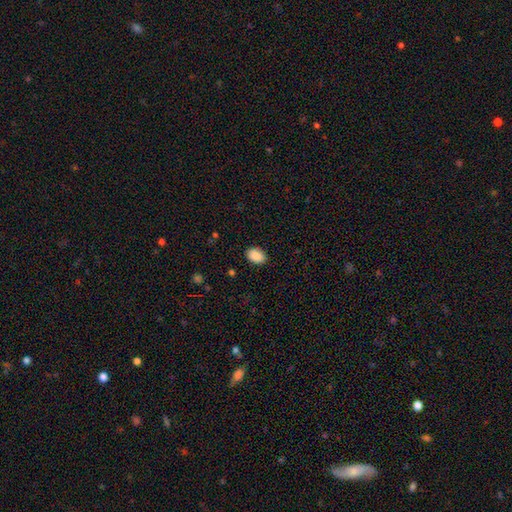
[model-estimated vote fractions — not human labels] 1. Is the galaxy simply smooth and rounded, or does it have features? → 90% smooth, 7% star or artifact, 3% featured or disk.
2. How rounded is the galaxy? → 81% in between, 18% round, 1% cigar-shaped.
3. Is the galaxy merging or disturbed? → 88% none, 9% minor disturbance, 2% major disturbance, 1% merger.